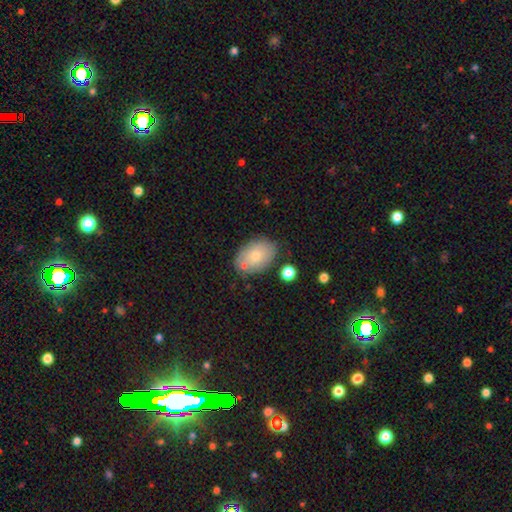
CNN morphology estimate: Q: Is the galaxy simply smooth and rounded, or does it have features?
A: smooth — 71%.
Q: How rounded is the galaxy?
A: in between — 84%.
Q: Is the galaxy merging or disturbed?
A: none — 74%.